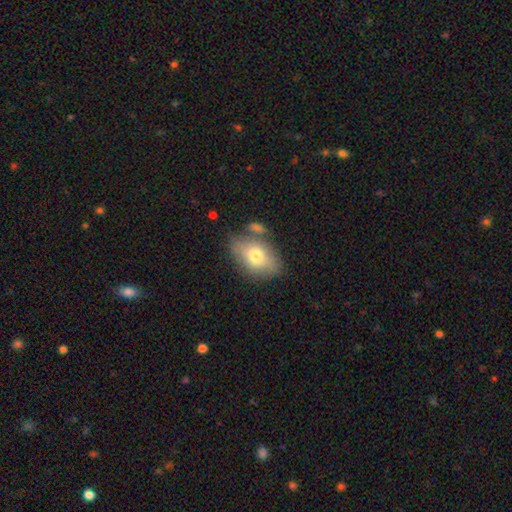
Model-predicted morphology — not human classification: A smooth galaxy with no disk features (70%) that is in between round and cigar-shaped (86%).

Vote fractions:
- Smooth or featured? smooth: 70% / featured or disk: 23% / star or artifact: 7%
- How rounded? in between: 86% / round: 12% / cigar-shaped: 2%
- Merging? none: 65% / minor disturbance: 18% / merger: 12% / major disturbance: 6%